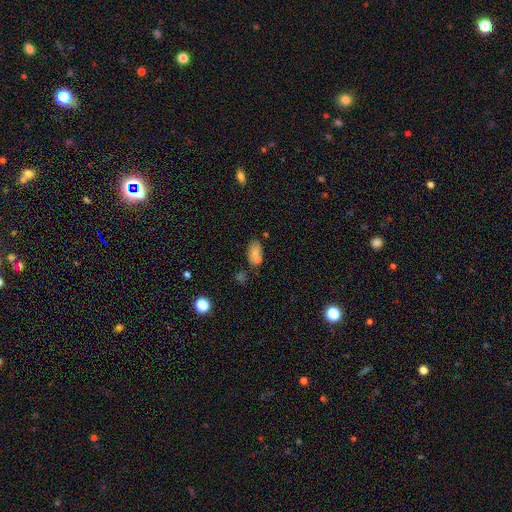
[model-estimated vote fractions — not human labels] smooth_or_featured: smooth (p=0.73) [alt: star or artifact p=0.14]
how_rounded: in between (p=0.85) [alt: round p=0.08]
merging: none (p=0.52) [alt: merger p=0.25]